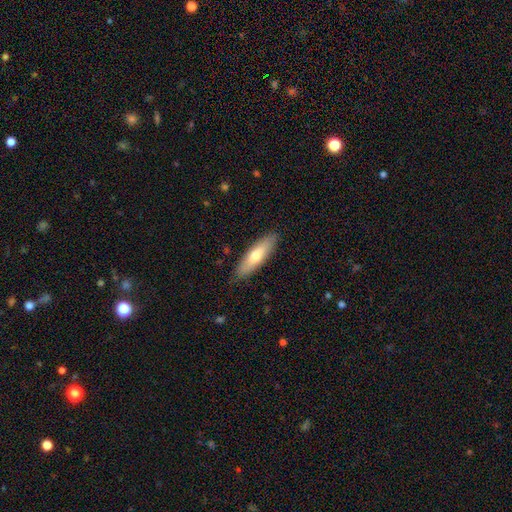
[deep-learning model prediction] Smooth or featured? Predicted: smooth (p=0.65). How rounded? Predicted: cigar-shaped (p=0.58). Merging? Predicted: none (p=0.88).